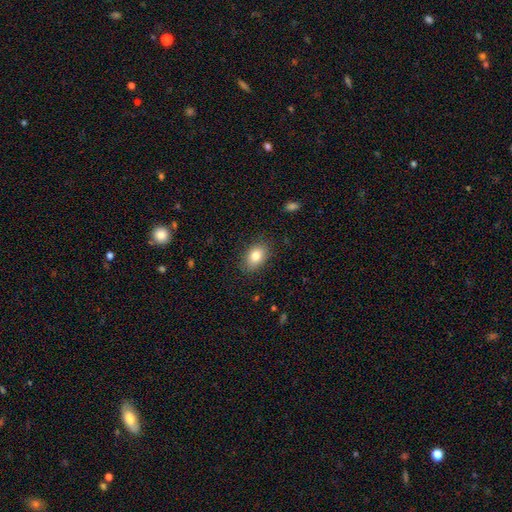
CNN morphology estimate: Q: Smooth or featured?
A: smooth (82%); runner-up: featured or disk (9%)
Q: How rounded?
A: in between (84%); runner-up: round (15%)
Q: Merging?
A: none (85%); runner-up: minor disturbance (11%)